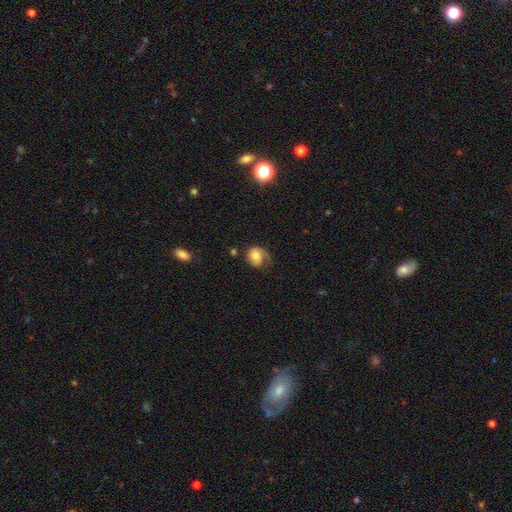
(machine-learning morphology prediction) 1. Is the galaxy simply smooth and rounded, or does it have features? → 51% smooth, 41% featured or disk, 8% star or artifact.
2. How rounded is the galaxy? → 60% round, 39% in between, 1% cigar-shaped.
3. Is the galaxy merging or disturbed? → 42% none, 29% minor disturbance, 26% major disturbance, 3% merger.